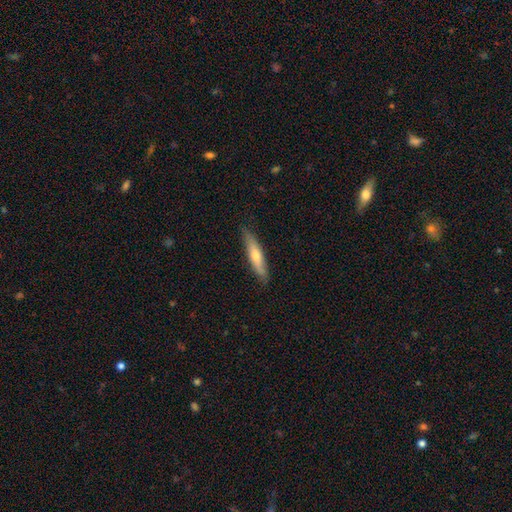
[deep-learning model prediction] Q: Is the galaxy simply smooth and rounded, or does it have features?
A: smooth — 50%.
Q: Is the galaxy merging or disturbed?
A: none — 85%.